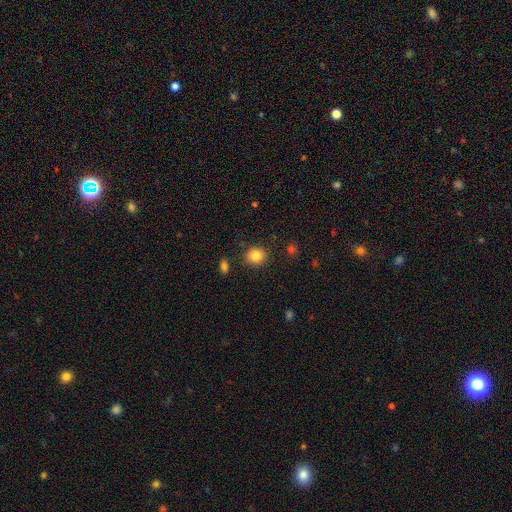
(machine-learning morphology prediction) smooth-or-featured: smooth: 85% | star or artifact: 10% | featured or disk: 5%
  how-rounded: round: 78% | in between: 21% | cigar-shaped: 1%
  merging: none: 87% | minor disturbance: 8% | major disturbance: 3% | merger: 3%